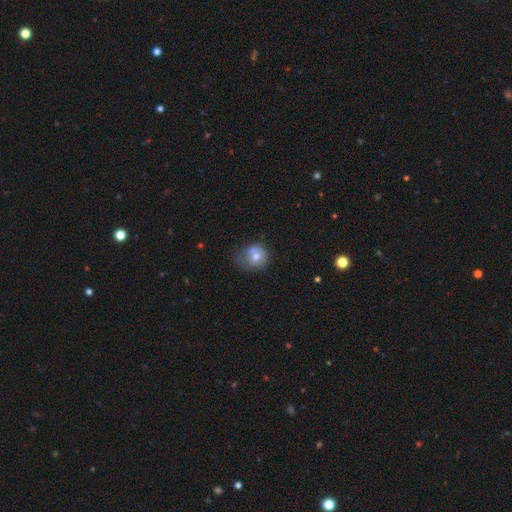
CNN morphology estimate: The model was most divided on "merging": none: 40%, minor disturbance: 34%, major disturbance: 20%, merger: 7%. More confident: how rounded — round (70%); smooth or featured — smooth (69%).